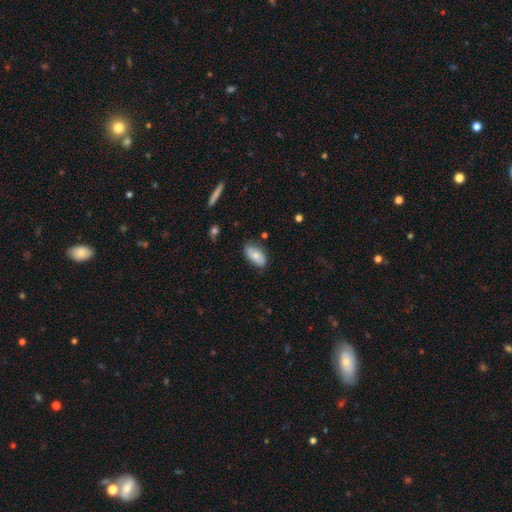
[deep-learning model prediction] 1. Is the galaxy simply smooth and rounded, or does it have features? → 74% smooth, 19% featured or disk, 7% star or artifact.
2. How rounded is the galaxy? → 93% in between, 4% cigar-shaped, 3% round.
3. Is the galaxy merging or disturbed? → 72% none, 22% minor disturbance, 4% major disturbance, 2% merger.